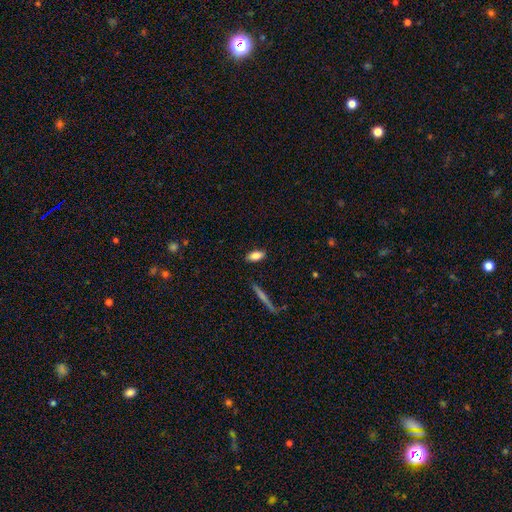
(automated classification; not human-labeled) Q: Smooth or featured?
A: smooth (82%); runner-up: featured or disk (11%)
Q: How rounded?
A: in between (85%); runner-up: cigar-shaped (11%)
Q: Merging?
A: none (86%); runner-up: minor disturbance (10%)